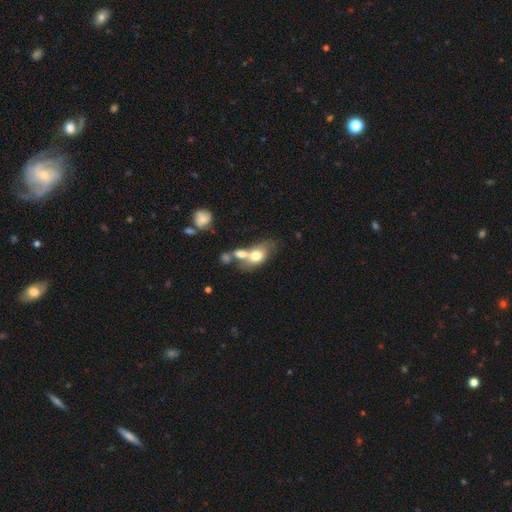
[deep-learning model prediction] Overall: smooth (66%). How rounded: in between (74%). Merging: merger (60%; none 21%).